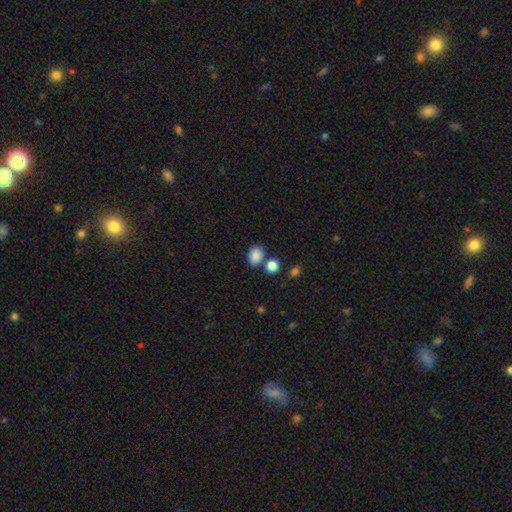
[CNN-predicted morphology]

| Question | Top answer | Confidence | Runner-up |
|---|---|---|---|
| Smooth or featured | smooth | 86% | star or artifact (9%) |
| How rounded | in between | 65% | round (34%) |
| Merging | none | 70% | merger (15%) |